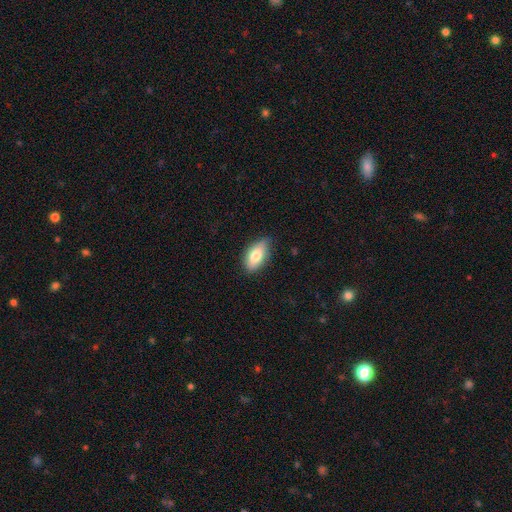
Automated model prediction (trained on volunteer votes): Smooth or featured? smooth (78%)
How rounded? in between (91%)
Merging? none (75%)